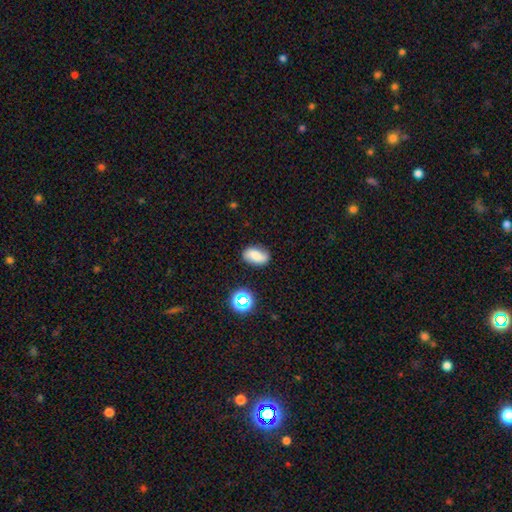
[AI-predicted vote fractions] Morphology: type=smooth (58%); roundness=in between (85%); merging=none (76%).